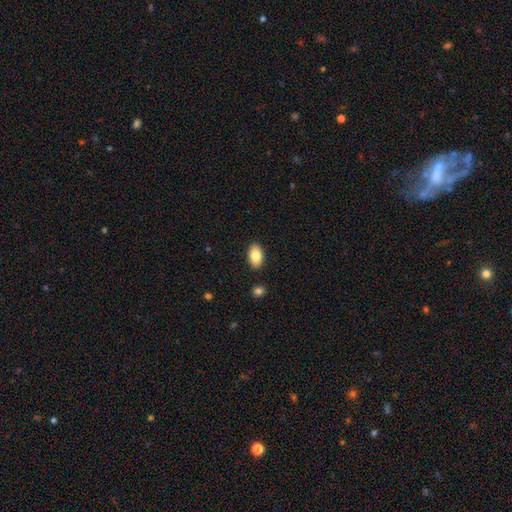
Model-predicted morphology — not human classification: This appears to be a smooth galaxy with no disk features (82%) that is in between round and cigar-shaped (93%). Merging: none (88%).